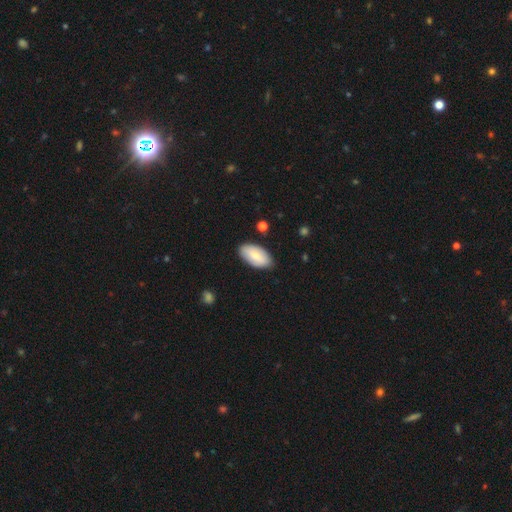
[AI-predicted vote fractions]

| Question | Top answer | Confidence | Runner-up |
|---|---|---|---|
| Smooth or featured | smooth | 77% | featured or disk (17%) |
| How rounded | in between | 95% | cigar-shaped (2%) |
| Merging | none | 85% | minor disturbance (12%) |